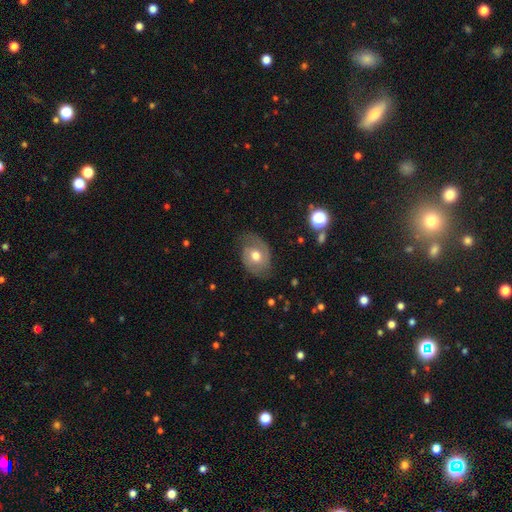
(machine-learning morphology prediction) type=featured or disk (54%); edge-on=no (95%); bar=no (73%); spiral arms=yes (70%); bulge=moderate (74%); merging=none (61%).